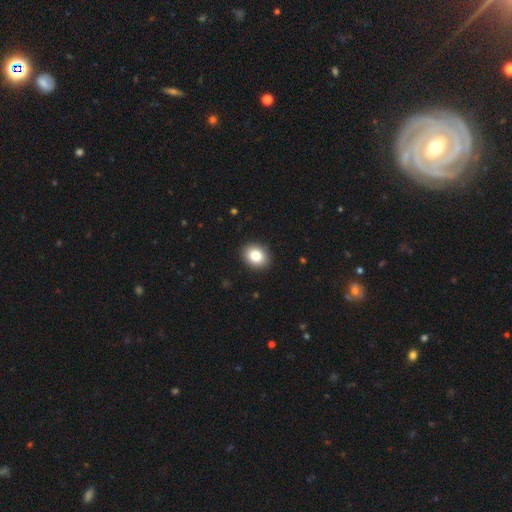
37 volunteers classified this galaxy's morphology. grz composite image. It shows a smooth galaxy with no disk features (86%) that is round (53%). Merging: none (92%).